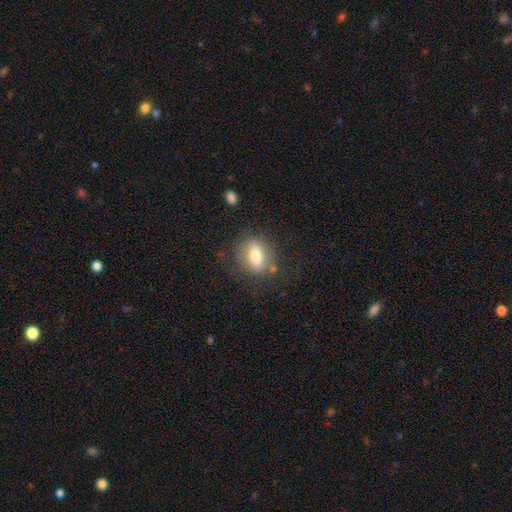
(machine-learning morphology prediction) smooth 67%, featured or disk 25%, star or artifact 9%. Down the decision tree: how rounded — in between (64%); merging — none (78%).